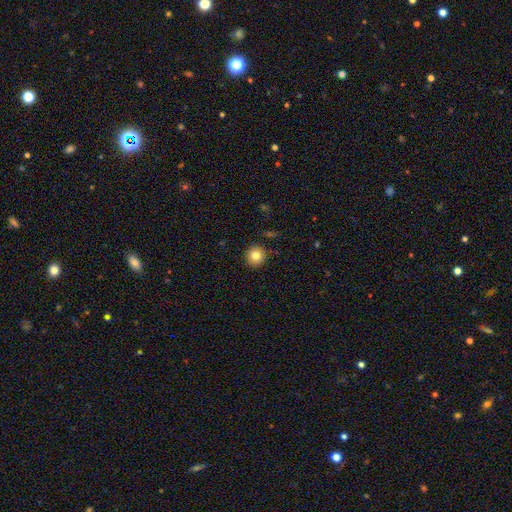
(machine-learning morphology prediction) Q: Smooth or featured?
A: smooth (82%); runner-up: star or artifact (10%)
Q: How rounded?
A: round (94%); runner-up: in between (5%)
Q: Merging?
A: none (91%); runner-up: minor disturbance (6%)